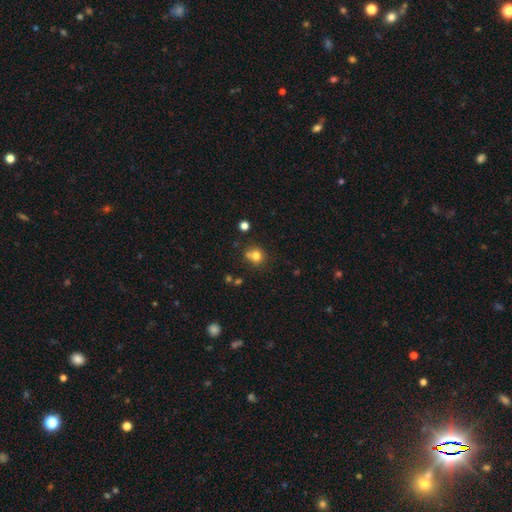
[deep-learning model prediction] Smooth or featured: smooth — 76% (star or artifact — 14%)
How rounded: round — 80% (in between — 19%)
Merging: none — 58% (merger — 24%)